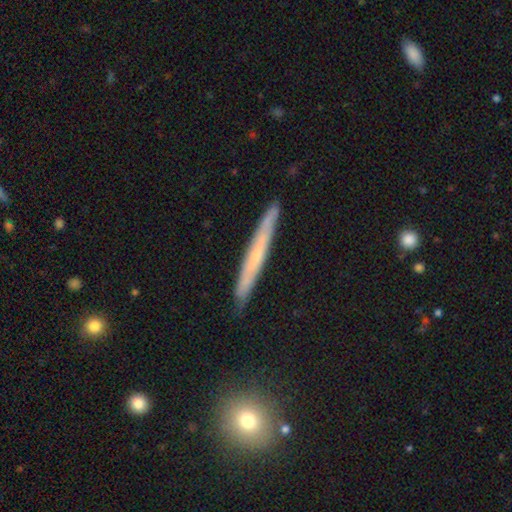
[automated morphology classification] A featured or disk galaxy (47%).

Vote fractions:
- Smooth or featured? featured or disk: 47% / smooth: 46% / star or artifact: 7%
- Merging? none: 89% / minor disturbance: 9% / major disturbance: 1% / merger: 1%